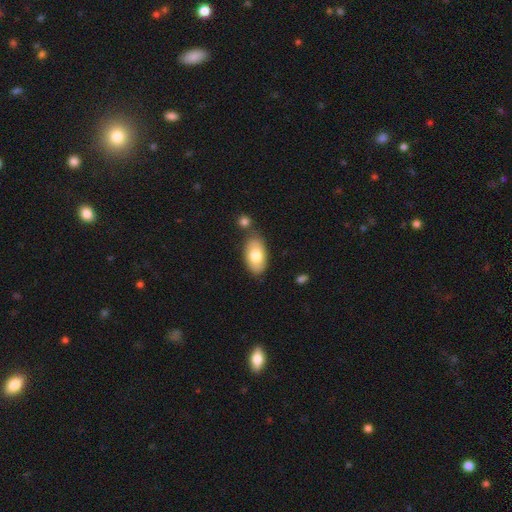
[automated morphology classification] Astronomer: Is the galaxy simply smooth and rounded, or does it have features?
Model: smooth — 75%.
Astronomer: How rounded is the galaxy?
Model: in between — 94%.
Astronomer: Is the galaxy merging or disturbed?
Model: none — 71%.